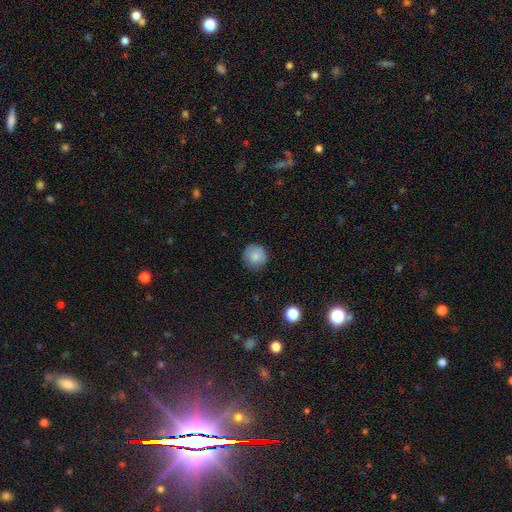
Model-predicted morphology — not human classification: This appears to be a smooth galaxy with no disk features (85%) that is round (94%). Merging: none (87%).